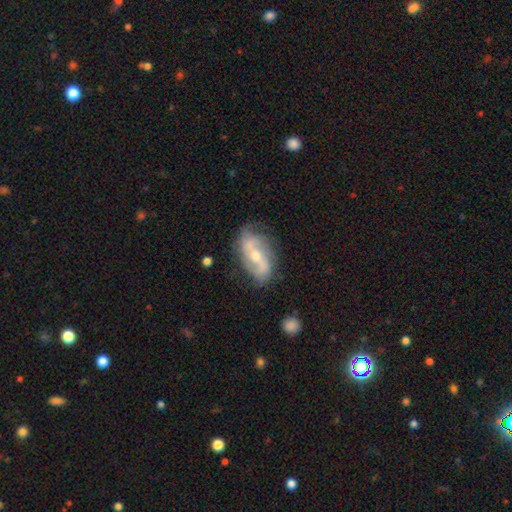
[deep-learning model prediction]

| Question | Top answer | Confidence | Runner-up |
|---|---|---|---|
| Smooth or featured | featured or disk | 78% | smooth (15%) |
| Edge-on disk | no | 93% | yes (7%) |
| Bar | weak | 36% | no (33%) |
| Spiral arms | yes | 88% | no (12%) |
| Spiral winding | loose | 46% | medium (34%) |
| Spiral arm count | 2 | 78% | can't tell (12%) |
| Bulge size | moderate | 56% | small (41%) |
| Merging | none | 70% | minor disturbance (21%) |